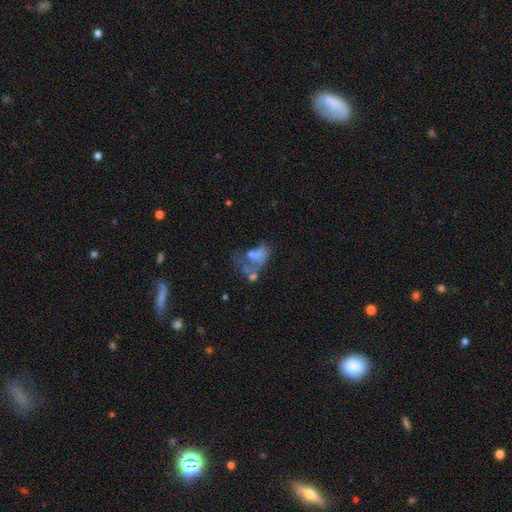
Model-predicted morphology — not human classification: This is marginally a smooth galaxy (44%). Merging: marginally merger (37%).